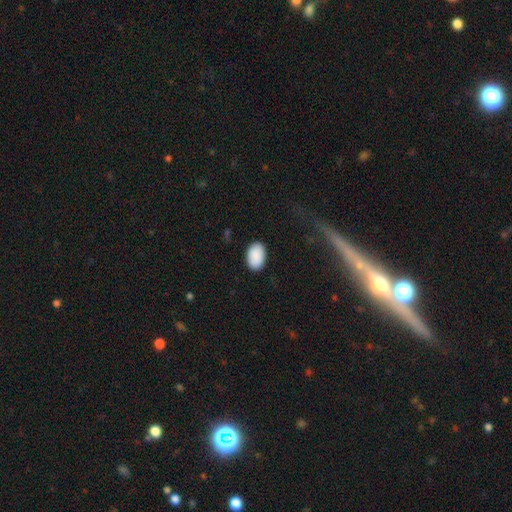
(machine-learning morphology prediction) This is clearly a smooth galaxy (91%). How rounded: clearly in between (90%). Merging: clearly none (88%).